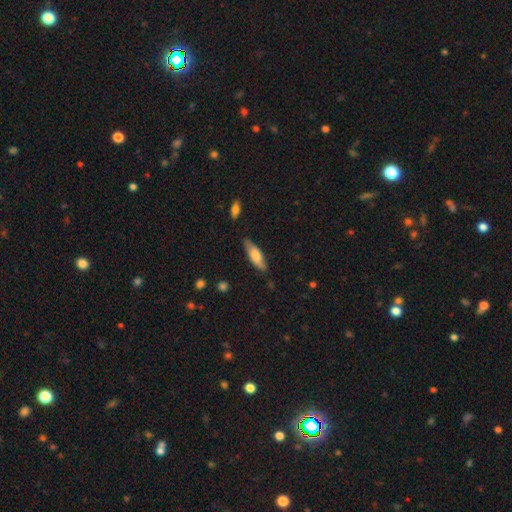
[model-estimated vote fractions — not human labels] This is likely a smooth galaxy (66%). How rounded: possibly in between (52%). Merging: likely none (78%).